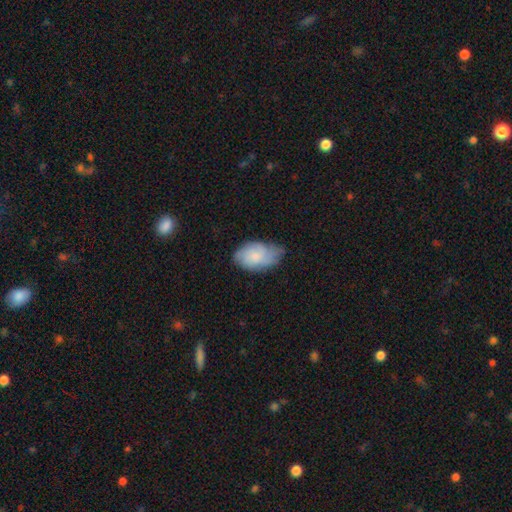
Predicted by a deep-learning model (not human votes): Morphology: type=smooth (61%); roundness=in between (92%); merging=none (52%).